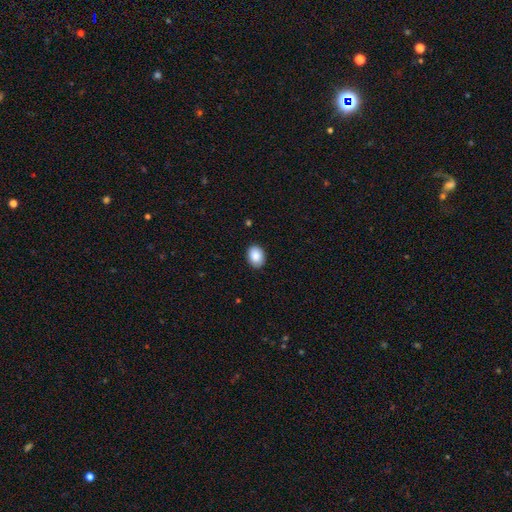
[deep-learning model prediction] A smooth galaxy with no disk features (89%) that is in between round and cigar-shaped (67%).

Vote fractions:
- Smooth or featured? smooth: 89% / star or artifact: 7% / featured or disk: 4%
- How rounded? in between: 67% / round: 32% / cigar-shaped: 1%
- Merging? none: 88% / minor disturbance: 9% / major disturbance: 2% / merger: 1%